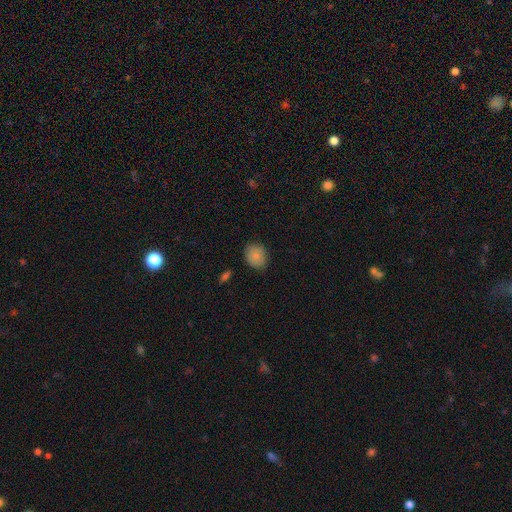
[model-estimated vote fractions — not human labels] Morphology: type=smooth (84%); roundness=round (61%); merging=none (83%).